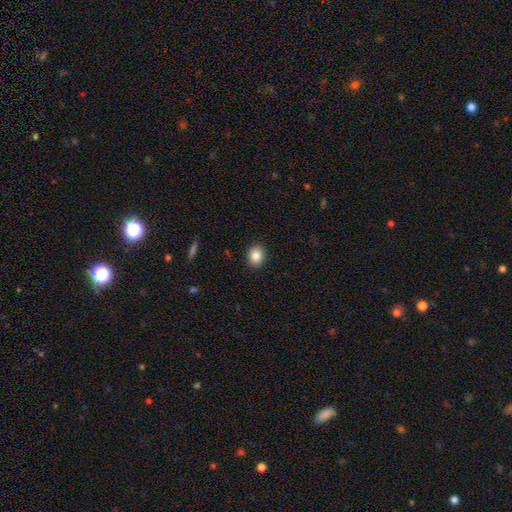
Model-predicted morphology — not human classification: smooth-or-featured: smooth: 85% | star or artifact: 9% | featured or disk: 6%
  how-rounded: round: 52% | in between: 46% | cigar-shaped: 1%
  merging: none: 90% | minor disturbance: 7% | major disturbance: 2% | merger: 1%